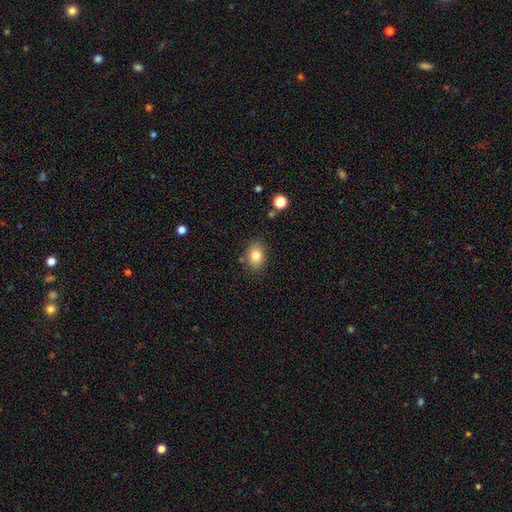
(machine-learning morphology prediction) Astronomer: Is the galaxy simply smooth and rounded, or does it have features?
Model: smooth — 83%.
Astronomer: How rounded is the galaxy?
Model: in between — 72%.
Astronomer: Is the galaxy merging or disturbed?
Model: none — 82%.